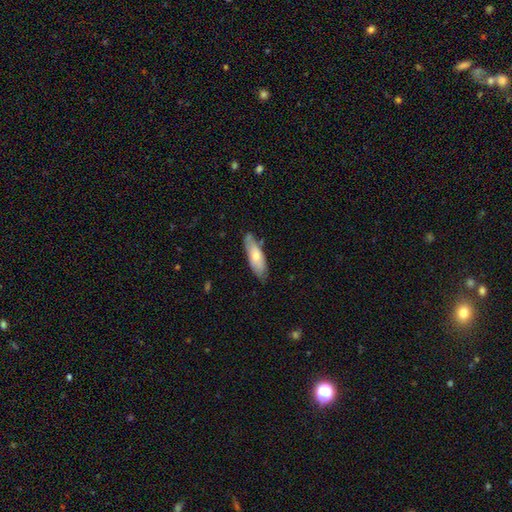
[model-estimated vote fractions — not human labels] This appears to be a smooth galaxy with no disk features (61%) that is in between round and cigar-shaped (53%). Merging: none (75%).